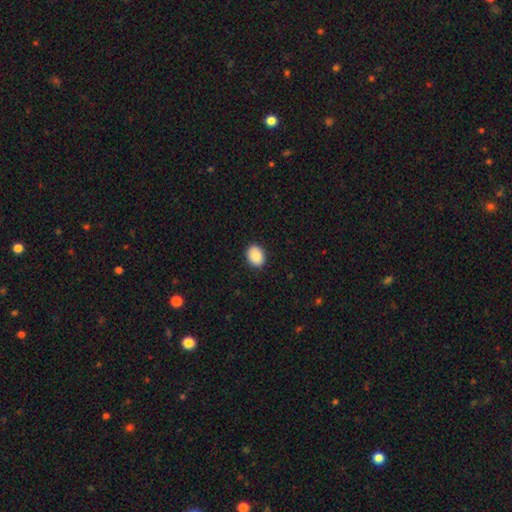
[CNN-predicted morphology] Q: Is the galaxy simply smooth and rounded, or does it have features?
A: smooth — 89%.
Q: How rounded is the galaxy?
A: in between — 66%.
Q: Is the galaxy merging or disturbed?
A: none — 89%.